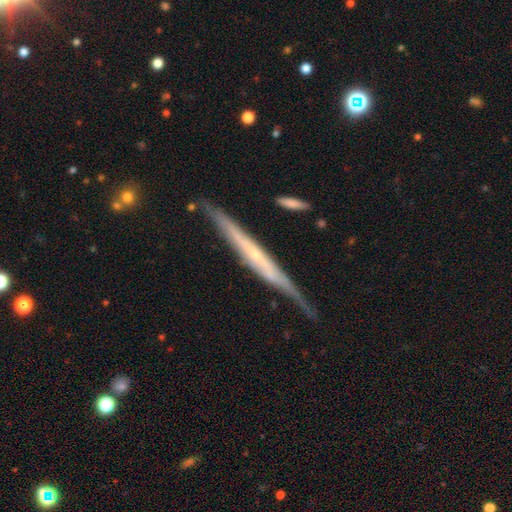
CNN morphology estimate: This is likely a featured or disk galaxy (74%). It is clearly viewed edge-on (94%). Edge-on bulge: possibly none (57%). Merging: likely none (71%).